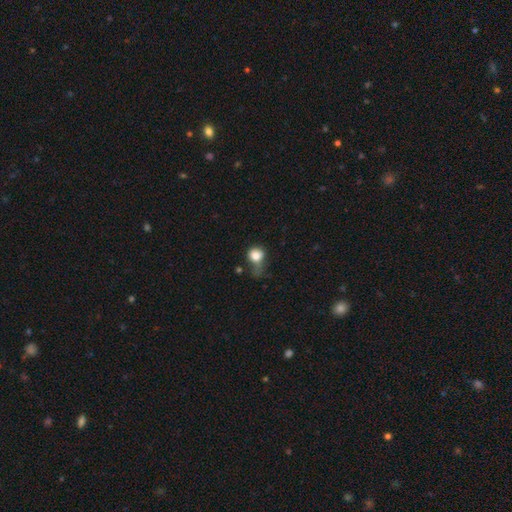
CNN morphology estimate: Smooth or featured?
  - smooth: 78% *
  - featured or disk: 12%
  - star or artifact: 10%
How rounded?
  - round: 71% *
  - in between: 27%
  - cigar-shaped: 1%
Merging?
  - major disturbance: 40% *
  - minor disturbance: 28%
  - none: 24%
  - merger: 8%